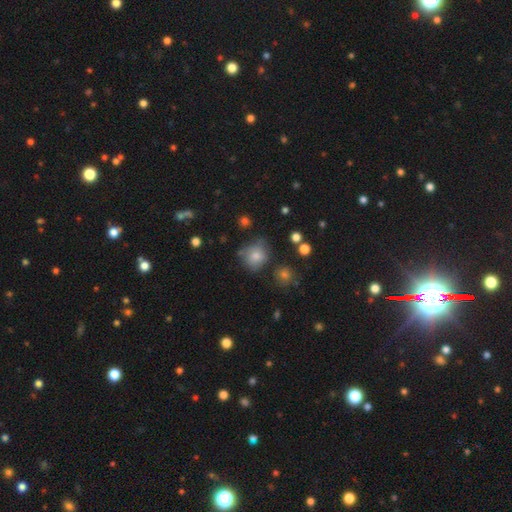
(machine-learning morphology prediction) A smooth galaxy with no disk features (78%) that is round (74%).

Vote fractions:
- Smooth or featured? smooth: 78% / star or artifact: 11% / featured or disk: 11%
- How rounded? round: 74% / in between: 25% / cigar-shaped: 1%
- Merging? none: 58% / minor disturbance: 26% / major disturbance: 10% / merger: 6%